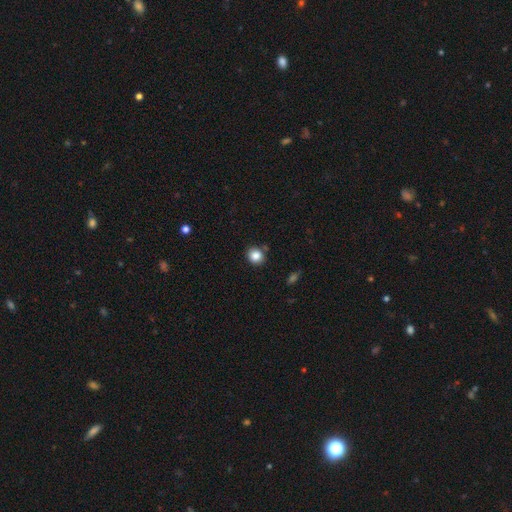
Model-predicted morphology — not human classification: The model was most divided on "how rounded": round: 83%, in between: 16%, cigar-shaped: 1%. More confident: smooth or featured — smooth (85%); merging — none (84%).